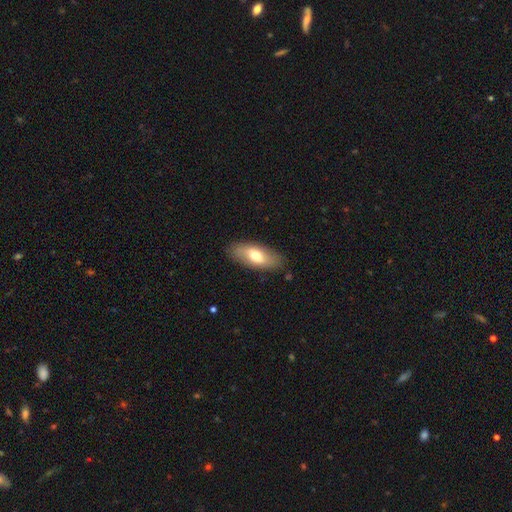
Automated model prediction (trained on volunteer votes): The model was most divided on "smooth or featured": smooth: 64%, featured or disk: 30%, star or artifact: 6%. More confident: merging — none (85%); how rounded — in between (81%).